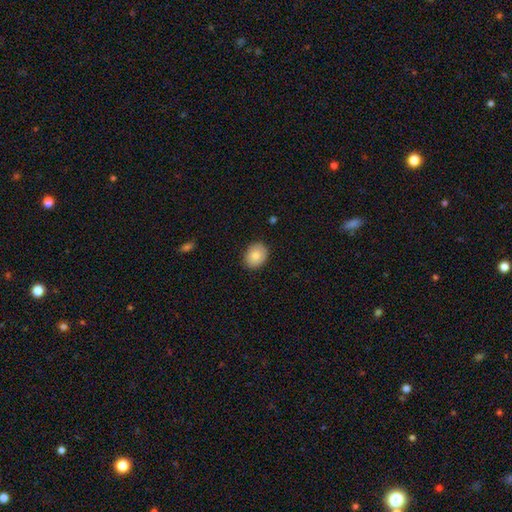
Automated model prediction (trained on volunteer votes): This is clearly a smooth galaxy (83%). How rounded: possibly round (52%). Merging: clearly none (88%).